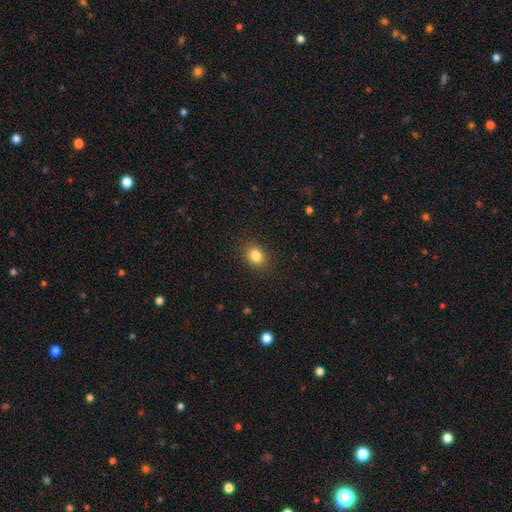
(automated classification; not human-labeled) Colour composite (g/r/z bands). It shows a smooth galaxy with no disk features (83%) that is round (54%). Merging: none (88%).